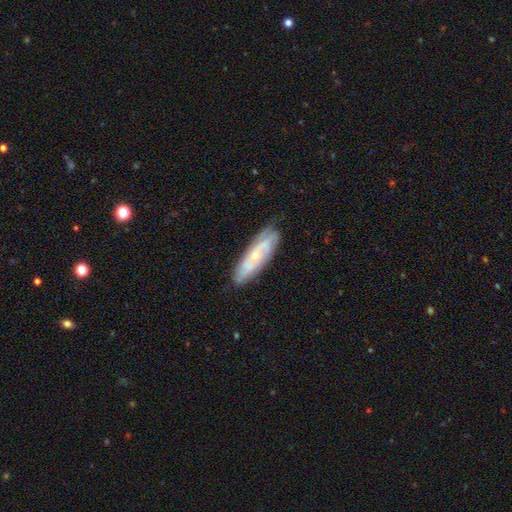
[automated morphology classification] Smooth or featured: featured or disk — 70% (smooth — 23%)
Edge-on disk: no — 77% (yes — 23%)
Bar: no — 71% (weak — 22%)
Spiral arms: yes — 81% (no — 19%)
Bulge size: small — 66% (moderate — 30%)
Merging: none — 77% (minor disturbance — 18%)